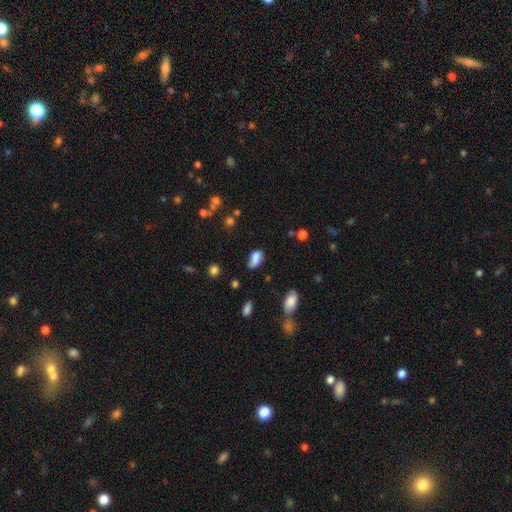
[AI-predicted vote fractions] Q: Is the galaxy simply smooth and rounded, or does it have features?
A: smooth — 74%.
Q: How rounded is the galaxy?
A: in between — 87%.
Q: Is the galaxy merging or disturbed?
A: none — 43%.